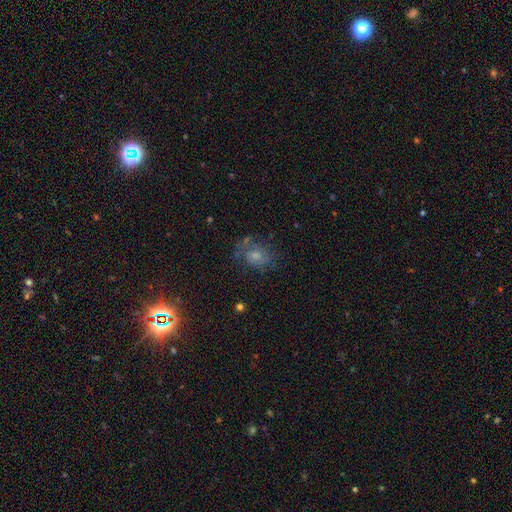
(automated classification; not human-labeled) featured or disk 42%, smooth 41%, star or artifact 17%. Down the decision tree: merging — none (56%).